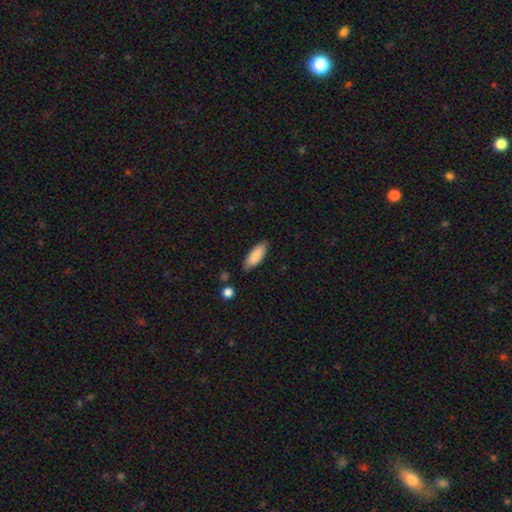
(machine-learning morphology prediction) A smooth galaxy with no disk features (86%) that is in between round and cigar-shaped (71%).

Vote fractions:
- Smooth or featured? smooth: 86% / featured or disk: 9% / star or artifact: 6%
- How rounded? in between: 71% / cigar-shaped: 27% / round: 2%
- Merging? none: 84% / minor disturbance: 12% / major disturbance: 2% / merger: 2%